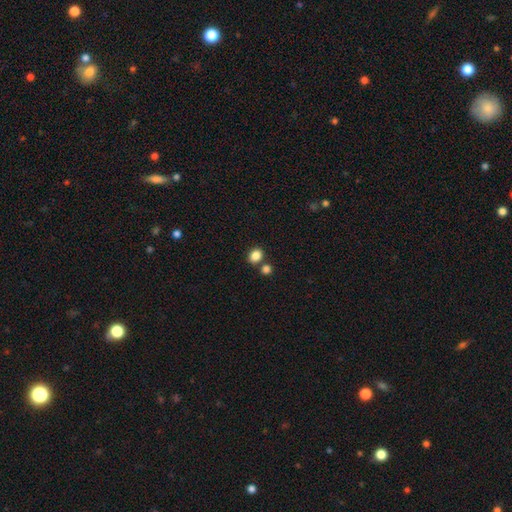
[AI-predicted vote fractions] This appears to be a smooth galaxy with no disk features (85%) that is round (57%). Merging: none (69%).